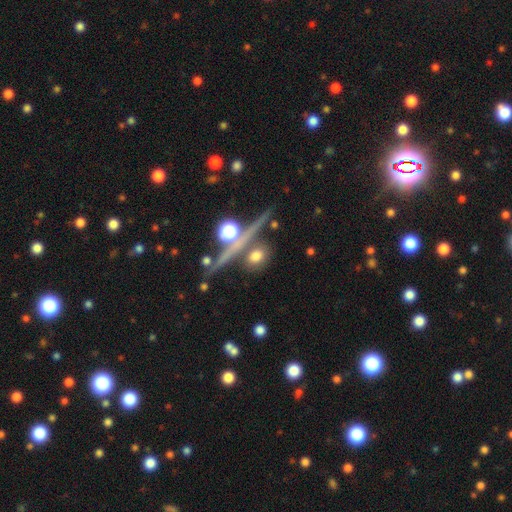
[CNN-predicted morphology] The model was most divided on "how rounded": round: 53%, in between: 35%, cigar-shaped: 12%. More confident: merging — none (73%); smooth or featured — smooth (63%).